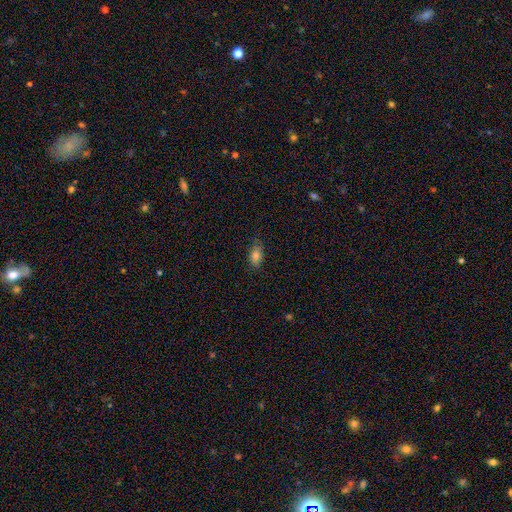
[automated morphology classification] The model was most divided on "merging": none: 73%, minor disturbance: 22%, major disturbance: 4%, merger: 1%. More confident: how rounded — in between (86%); smooth or featured — smooth (82%).